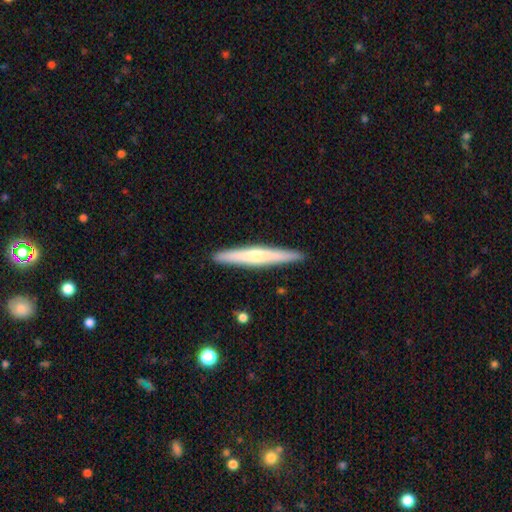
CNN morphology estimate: Overall: featured or disk (53%; smooth 42%). Edge-on disk: yes (96%). Edge-on bulge: rounded (73%). Merging: none (91%).